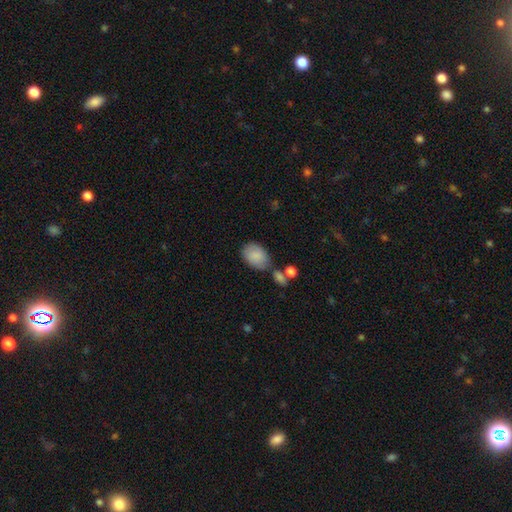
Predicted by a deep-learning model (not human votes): smooth-or-featured: smooth: 86% | featured or disk: 7% | star or artifact: 6%
  how-rounded: in between: 85% | round: 13% | cigar-shaped: 1%
  merging: none: 59% | minor disturbance: 20% | merger: 15% | major disturbance: 6%